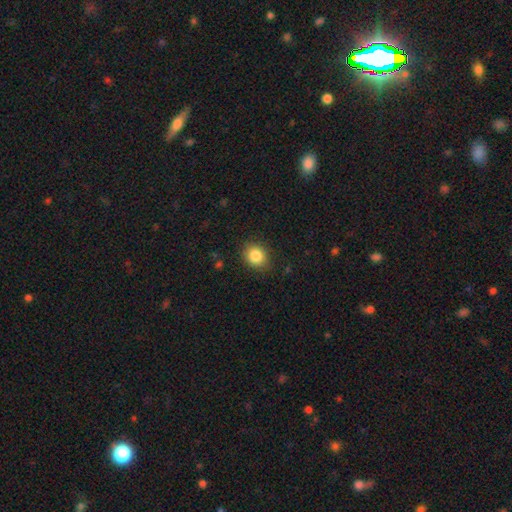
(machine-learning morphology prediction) A smooth galaxy with no disk features (85%) that is round (65%). Merging: none (86%).